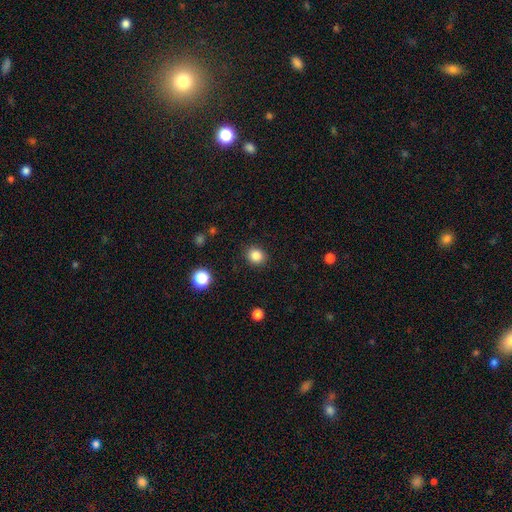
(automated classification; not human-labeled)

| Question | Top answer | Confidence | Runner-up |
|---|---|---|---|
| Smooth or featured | smooth | 85% | star or artifact (11%) |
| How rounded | round | 75% | in between (24%) |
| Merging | none | 89% | minor disturbance (7%) |